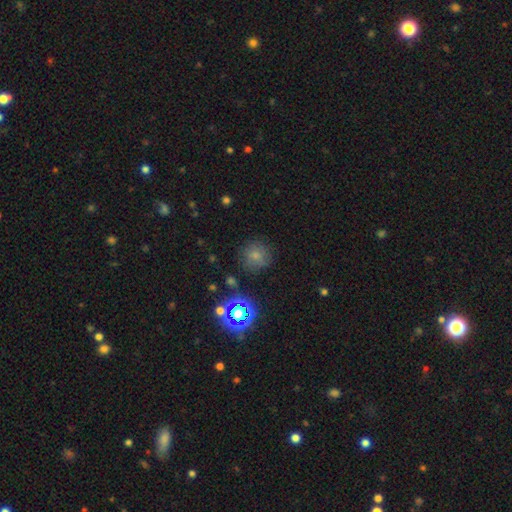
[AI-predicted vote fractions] smooth 72%, star or artifact 20%, featured or disk 8%. Down the decision tree: how rounded — round (91%); merging — none (80%).